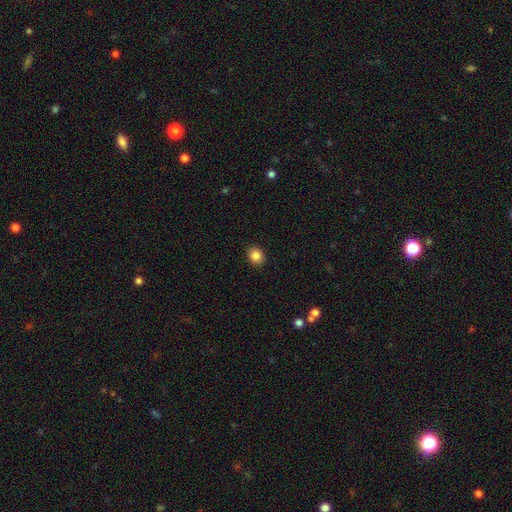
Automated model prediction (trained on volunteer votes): The model was most divided on "how rounded": round: 59%, in between: 40%, cigar-shaped: 1%. More confident: merging — none (90%); smooth or featured — smooth (86%).